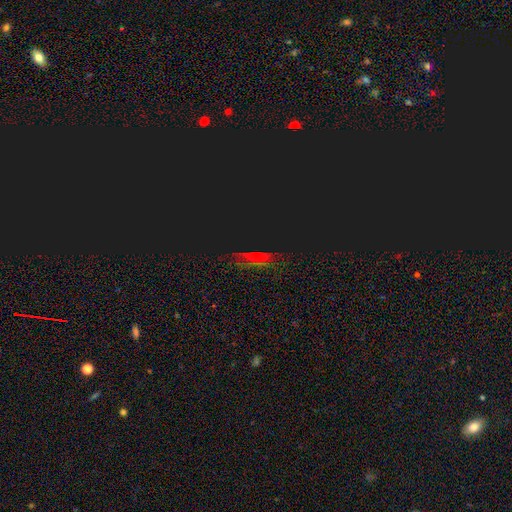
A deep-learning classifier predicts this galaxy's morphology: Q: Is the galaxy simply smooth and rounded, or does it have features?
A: star or artifact — 62%.